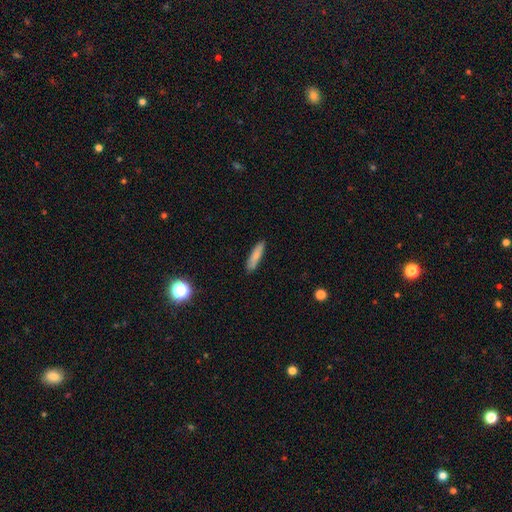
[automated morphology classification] A smooth galaxy with no disk features (80%) that is cigar-shaped (76%).

Vote fractions:
- Smooth or featured? smooth: 80% / featured or disk: 13% / star or artifact: 7%
- How rounded? cigar-shaped: 76% / in between: 23% / round: 2%
- Merging? none: 86% / minor disturbance: 11% / major disturbance: 2% / merger: 1%